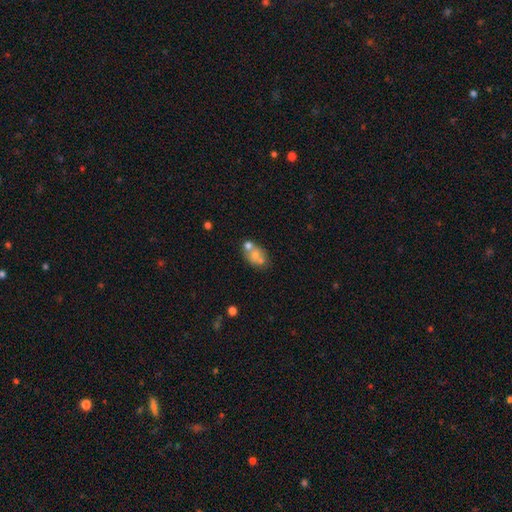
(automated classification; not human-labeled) Morphology: type=smooth (61%); roundness=in between (69%); merging=merger (40%, tied with none).